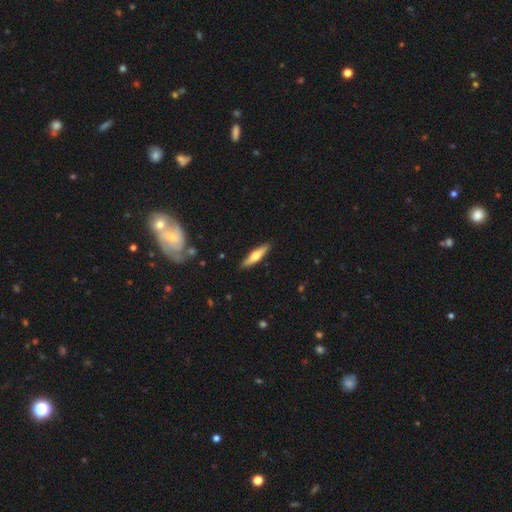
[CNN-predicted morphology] Smooth or featured? smooth (51%)
How rounded? cigar-shaped (78%)
Merging? none (89%)